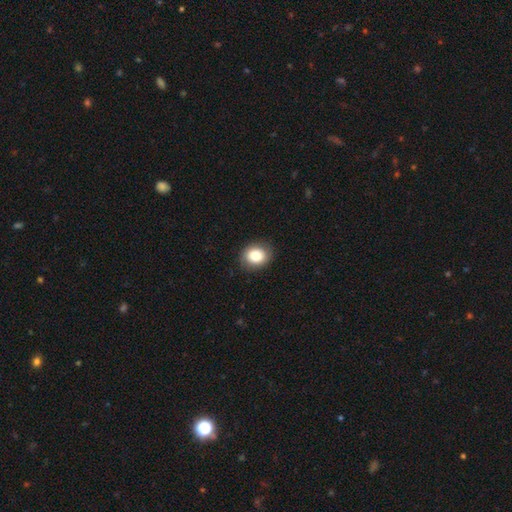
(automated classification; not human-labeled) A smooth galaxy with no disk features (82%) that is round (59%).

Vote fractions:
- Smooth or featured? smooth: 82% / featured or disk: 9% / star or artifact: 9%
- How rounded? round: 59% / in between: 40% / cigar-shaped: 1%
- Merging? none: 87% / minor disturbance: 9% / major disturbance: 2% / merger: 1%